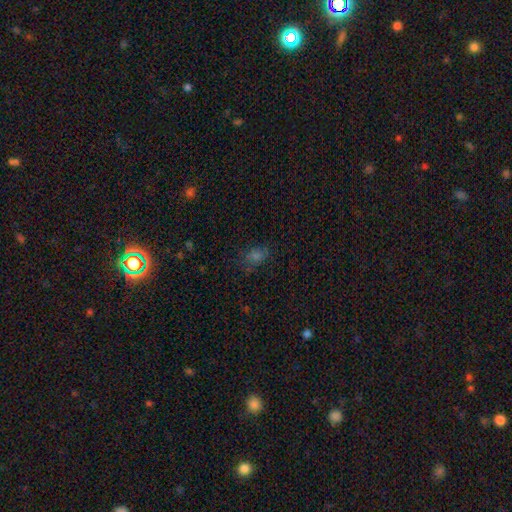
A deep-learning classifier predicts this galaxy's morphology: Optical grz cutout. It shows a smooth galaxy with no disk features (58%) that is in between round and cigar-shaped (70%). Merging: none (70%).